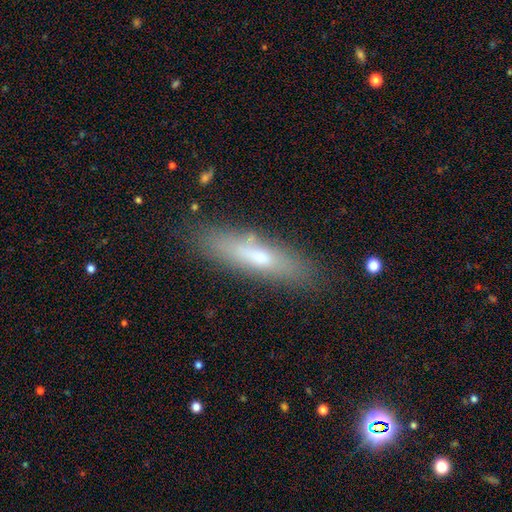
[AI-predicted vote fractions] Morphology: type=smooth (53%); roundness=cigar-shaped (72%); merging=none (81%).